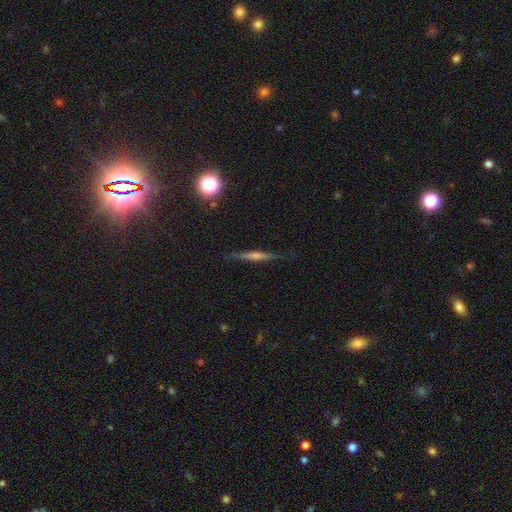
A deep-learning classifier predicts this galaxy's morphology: This appears to be a featured or disk galaxy (64%) viewed edge-on (97%) with a rounded central bulge (63%). Merging: none (88%).